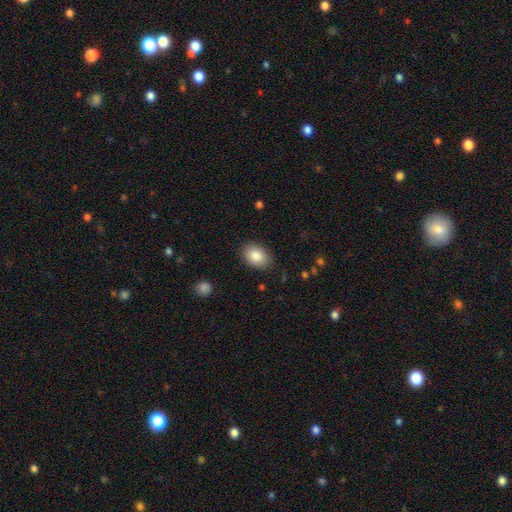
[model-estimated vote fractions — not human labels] A smooth galaxy with no disk features (86%) that is in between round and cigar-shaped (83%). Merging: none (85%).